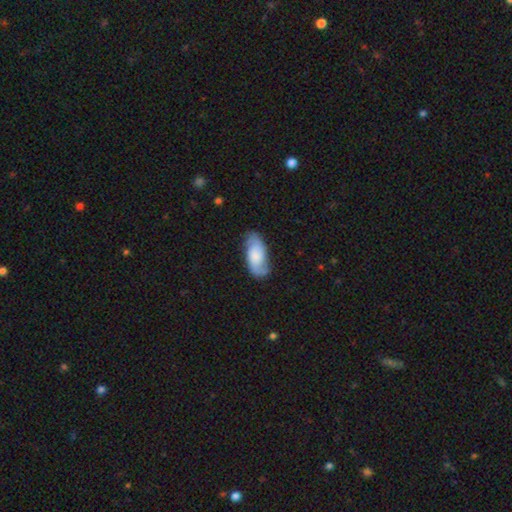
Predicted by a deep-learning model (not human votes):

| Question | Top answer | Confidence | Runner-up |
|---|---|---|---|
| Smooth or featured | smooth | 50% | featured or disk (44%) |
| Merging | none | 71% | minor disturbance (21%) |